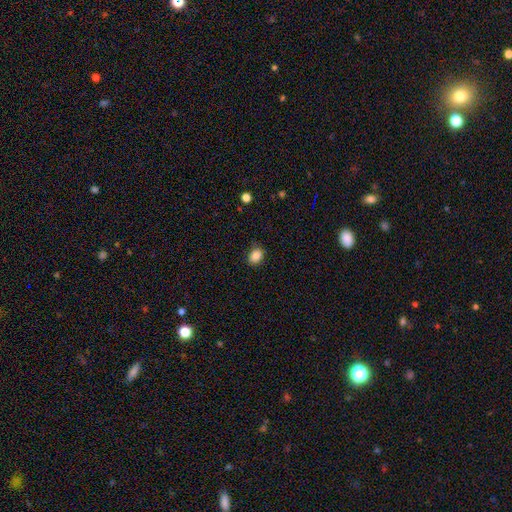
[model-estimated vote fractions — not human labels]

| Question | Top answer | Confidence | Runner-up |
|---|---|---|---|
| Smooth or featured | smooth | 87% | star or artifact (9%) |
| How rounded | in between | 64% | round (35%) |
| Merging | none | 82% | minor disturbance (14%) |